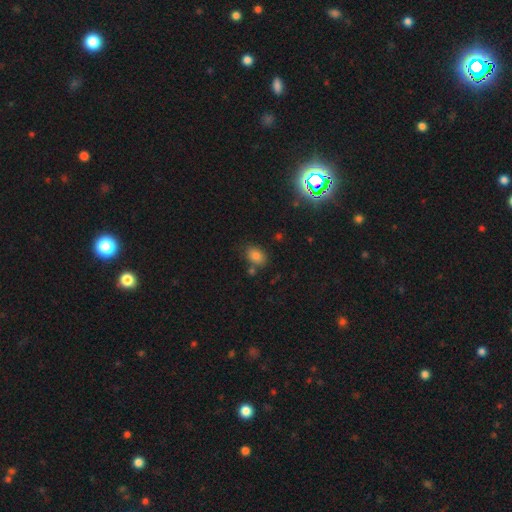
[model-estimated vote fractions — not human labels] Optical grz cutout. It shows a smooth galaxy with no disk features (81%) that is in between round and cigar-shaped (80%). Merging: none (71%).